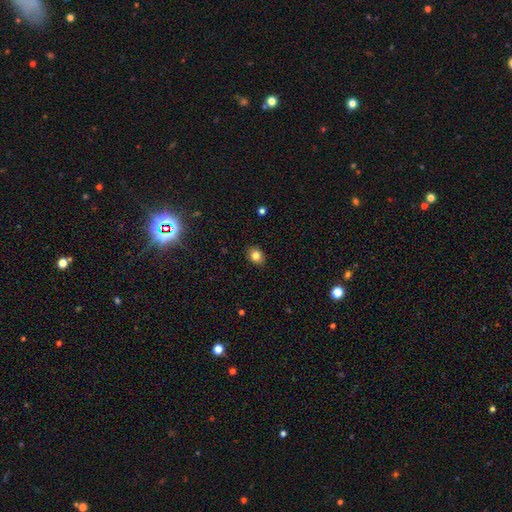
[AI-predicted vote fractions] Q: Smooth or featured?
A: smooth (82%); runner-up: star or artifact (11%)
Q: How rounded?
A: in between (50%); runner-up: round (49%)
Q: Merging?
A: none (89%); runner-up: minor disturbance (8%)